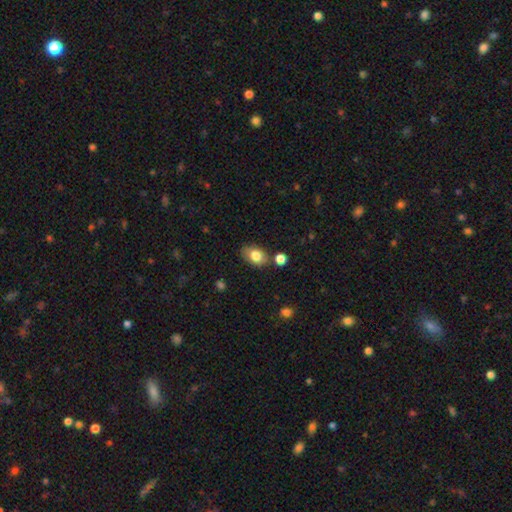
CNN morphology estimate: type=smooth (81%); roundness=in between (83%); merging=none (75%).